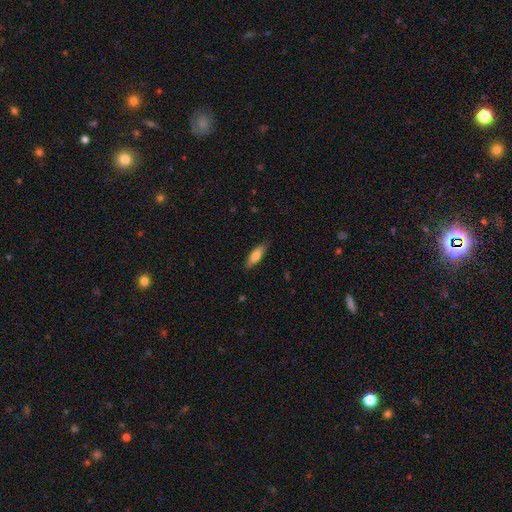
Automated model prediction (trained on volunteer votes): Smooth or featured?
  - smooth: 76% *
  - featured or disk: 18%
  - star or artifact: 6%
How rounded?
  - in between: 51% *
  - cigar-shaped: 47%
  - round: 2%
Merging?
  - none: 84% *
  - minor disturbance: 13%
  - major disturbance: 2%
  - merger: 1%